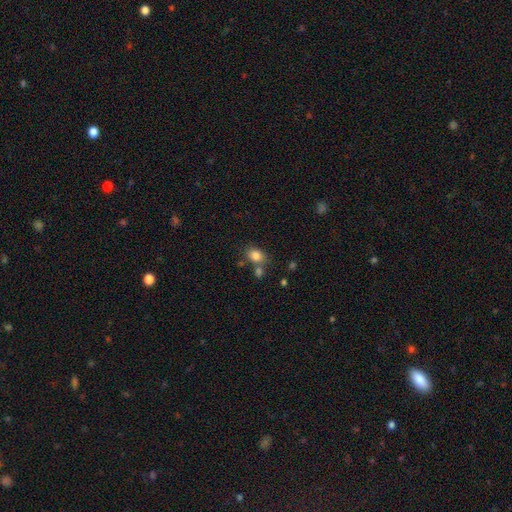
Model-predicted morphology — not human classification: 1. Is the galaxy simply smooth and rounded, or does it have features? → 82% smooth, 10% star or artifact, 8% featured or disk.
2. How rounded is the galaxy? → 61% in between, 38% round, 1% cigar-shaped.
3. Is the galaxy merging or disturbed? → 61% none, 20% merger, 14% minor disturbance, 5% major disturbance.